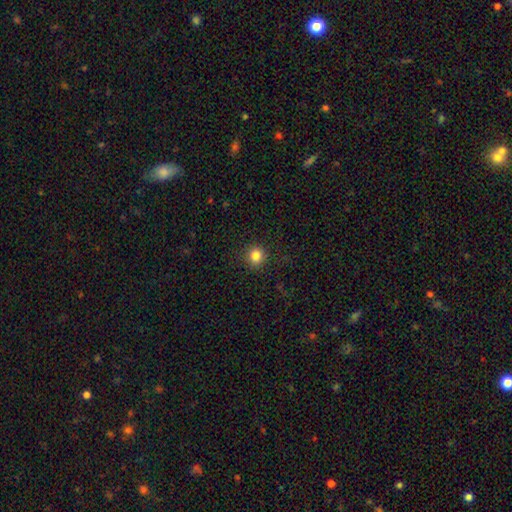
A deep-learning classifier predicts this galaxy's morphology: Smooth or featured? smooth (84%)
How rounded? round (92%)
Merging? none (91%)